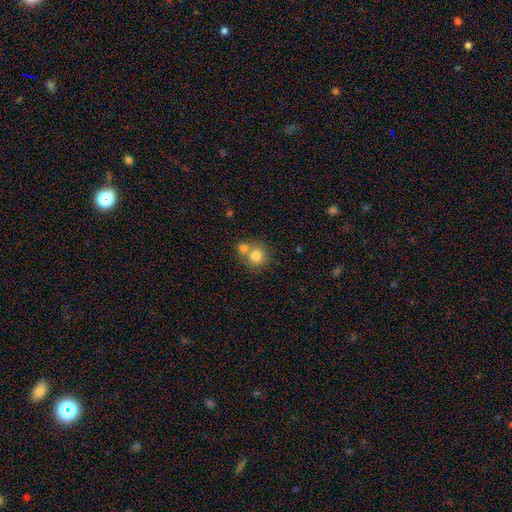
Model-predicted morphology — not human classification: Overall: smooth (79%). How rounded: round (89%). Merging: none (48%; merger 42%).